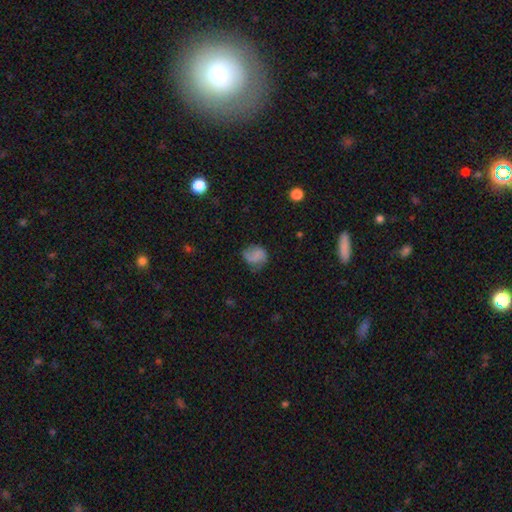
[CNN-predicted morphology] Q: Smooth or featured?
A: smooth (66%); runner-up: featured or disk (24%)
Q: How rounded?
A: round (66%); runner-up: in between (32%)
Q: Merging?
A: none (52%); runner-up: minor disturbance (30%)